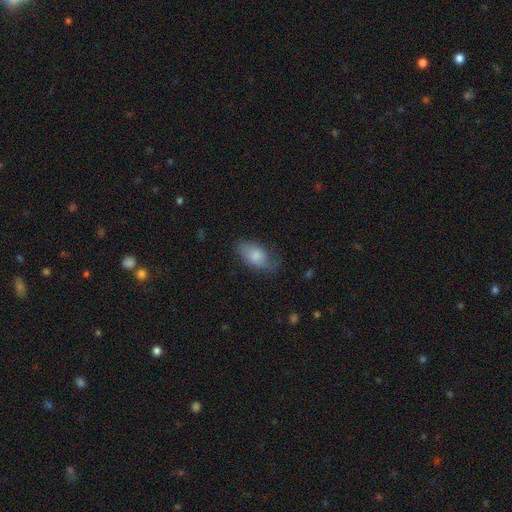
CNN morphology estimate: This appears to be a smooth galaxy with no disk features (77%) that is in between round and cigar-shaped (92%). Merging: none (61%).